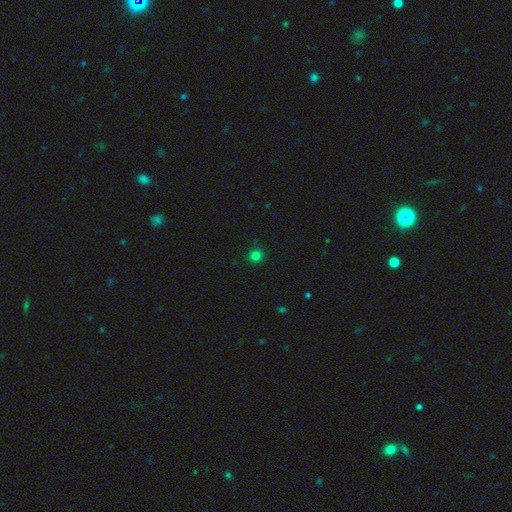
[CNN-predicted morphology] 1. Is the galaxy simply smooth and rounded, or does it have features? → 79% smooth, 17% star or artifact, 4% featured or disk.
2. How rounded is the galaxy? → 94% round, 5% in between, 1% cigar-shaped.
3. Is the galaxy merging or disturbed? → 90% none, 7% minor disturbance, 2% major disturbance, 1% merger.